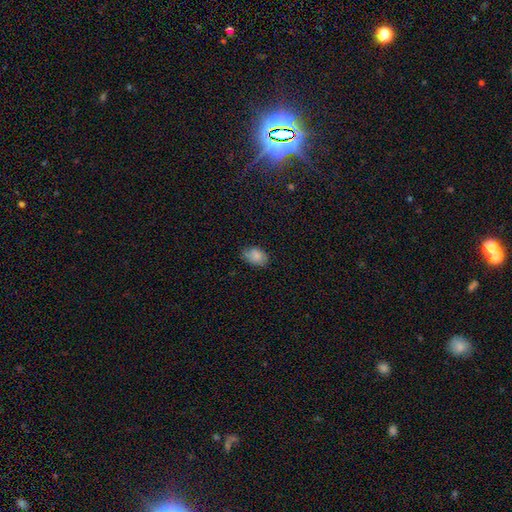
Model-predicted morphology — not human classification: smooth_or_featured: smooth (p=0.84) [alt: star or artifact p=0.09]
how_rounded: in between (p=0.86) [alt: round p=0.13]
merging: none (p=0.69) [alt: minor disturbance p=0.25]